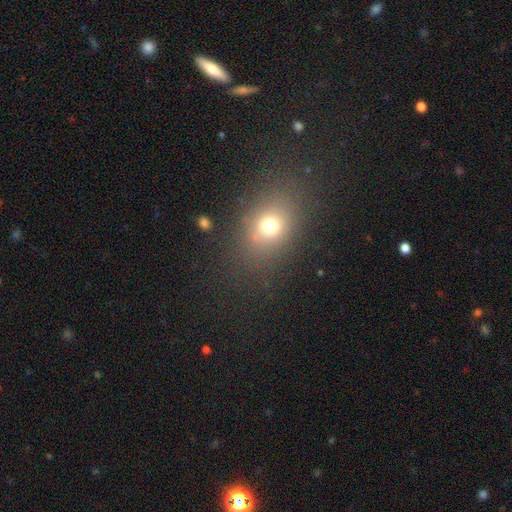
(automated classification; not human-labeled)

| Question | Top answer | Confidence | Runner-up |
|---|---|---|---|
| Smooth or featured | smooth | 62% | star or artifact (27%) |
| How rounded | in between | 60% | round (37%) |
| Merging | none | 86% | minor disturbance (8%) |